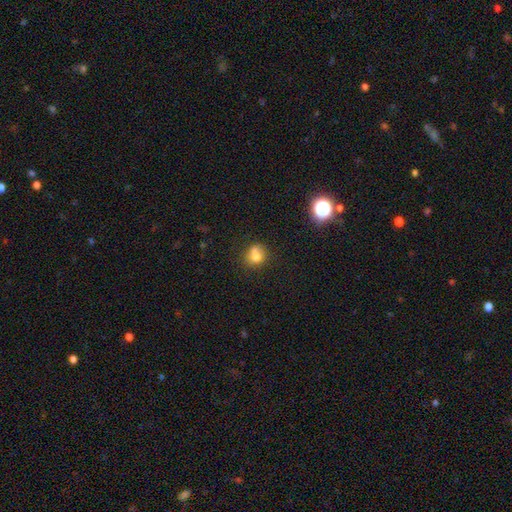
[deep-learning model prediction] Smooth or featured? smooth (72%)
How rounded? round (69%)
Merging? none (42%)